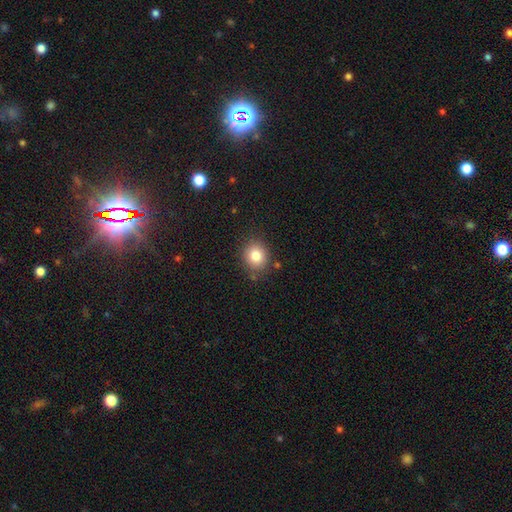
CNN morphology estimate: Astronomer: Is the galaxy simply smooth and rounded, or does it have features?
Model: smooth — 83%.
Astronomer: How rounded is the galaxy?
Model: round — 75%.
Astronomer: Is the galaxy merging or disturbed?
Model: none — 83%.